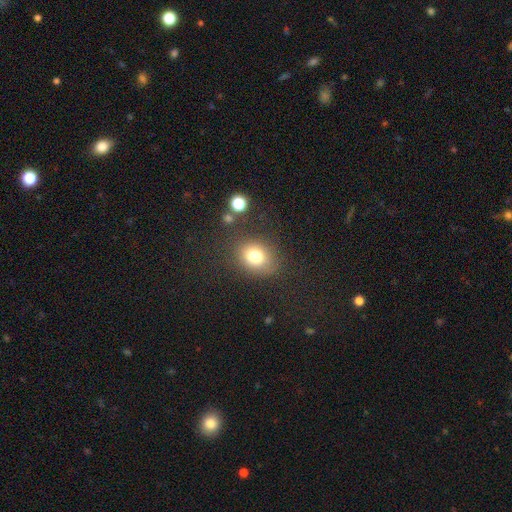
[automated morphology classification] smooth 77%, star or artifact 13%, featured or disk 10%. Down the decision tree: how rounded — round (53%); merging — none (77%).